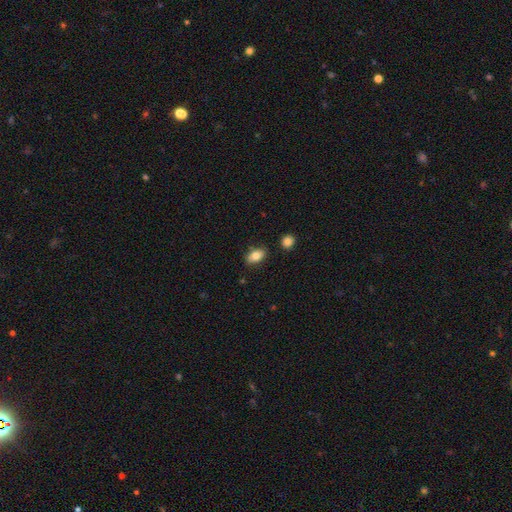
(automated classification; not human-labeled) Smooth or featured?
  - smooth: 79% *
  - featured or disk: 13%
  - star or artifact: 8%
How rounded?
  - in between: 89% *
  - round: 9%
  - cigar-shaped: 2%
Merging?
  - none: 80% *
  - minor disturbance: 14%
  - merger: 3%
  - major disturbance: 3%